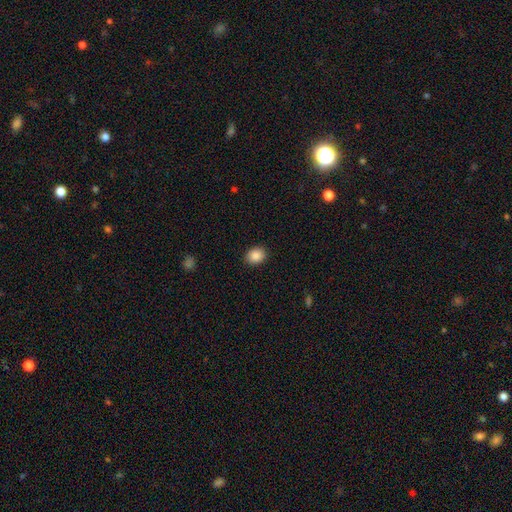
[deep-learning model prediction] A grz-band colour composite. It shows a smooth galaxy with no disk features (88%) that is round (52%). Merging: none (90%).